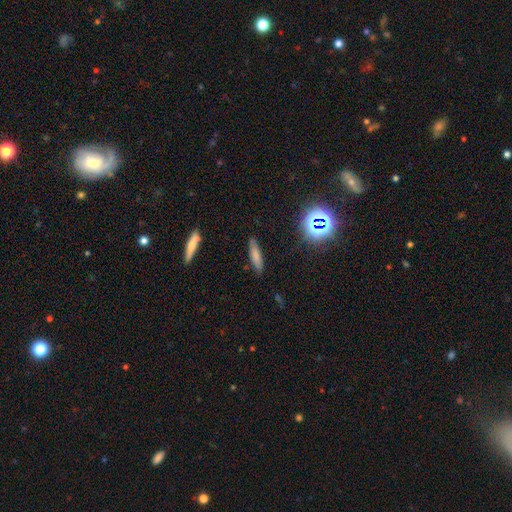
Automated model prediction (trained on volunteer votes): Smooth or featured? smooth (73%)
How rounded? cigar-shaped (68%)
Merging? none (83%)